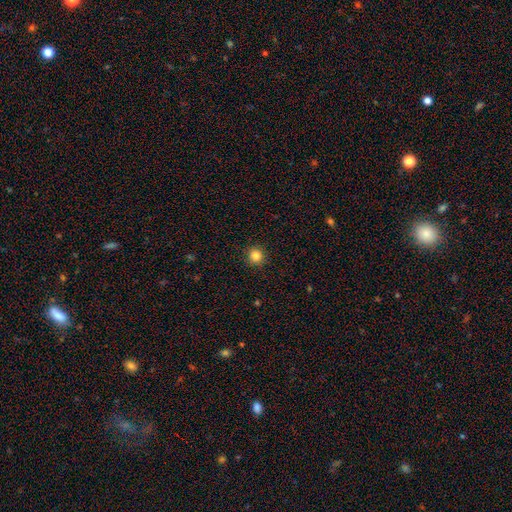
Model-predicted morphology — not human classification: Smooth or featured: smooth — 84% (star or artifact — 11%)
How rounded: round — 91% (in between — 8%)
Merging: none — 92% (minor disturbance — 6%)